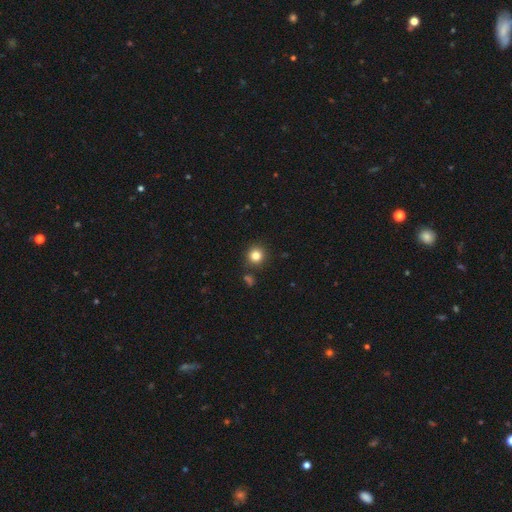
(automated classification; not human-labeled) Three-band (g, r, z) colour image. It shows a smooth galaxy with no disk features (83%) that is round (92%). Merging: none (87%).